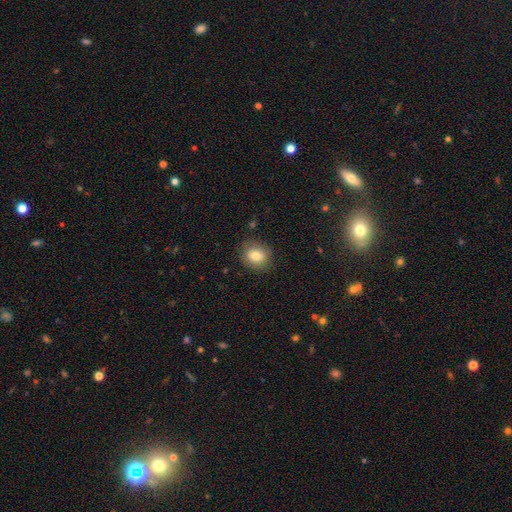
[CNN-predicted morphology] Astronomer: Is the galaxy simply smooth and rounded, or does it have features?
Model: smooth — 80%.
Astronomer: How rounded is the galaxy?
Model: round — 67%.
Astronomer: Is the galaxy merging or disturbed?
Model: none — 84%.